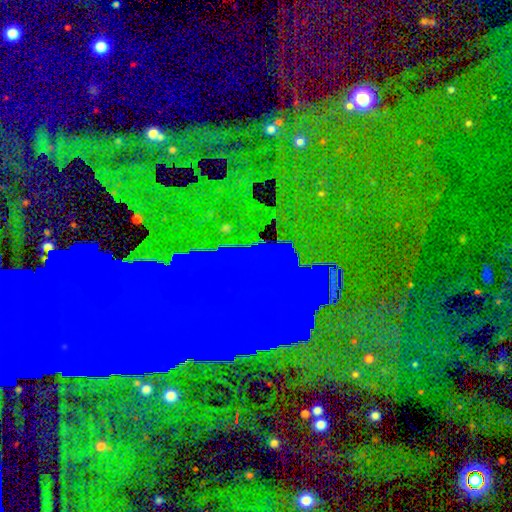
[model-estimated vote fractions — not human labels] smooth-or-featured: star or artifact: 84% | featured or disk: 8% | smooth: 7%